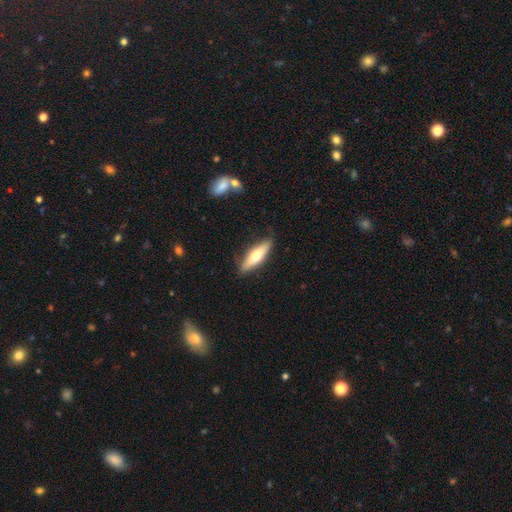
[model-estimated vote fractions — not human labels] Morphology: type=smooth (58%); roundness=cigar-shaped (62%); merging=none (82%).